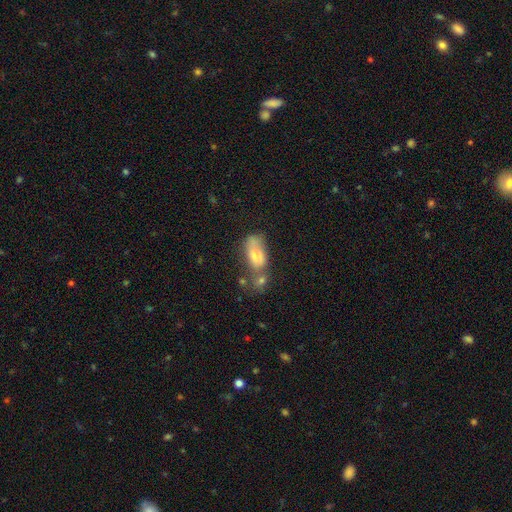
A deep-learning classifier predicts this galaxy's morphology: smooth 67%, featured or disk 23%, star or artifact 10%. Down the decision tree: how rounded — in between (87%); merging — merger (42%).